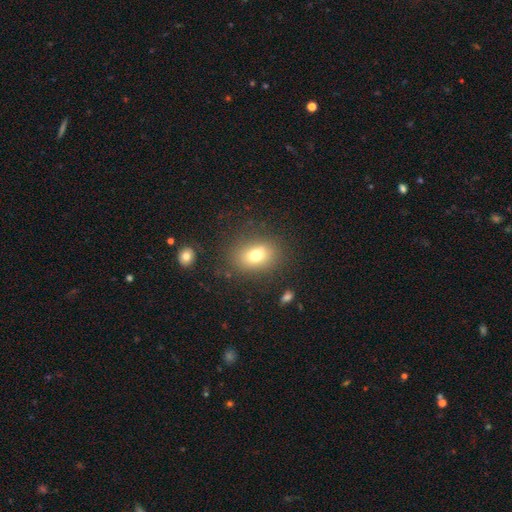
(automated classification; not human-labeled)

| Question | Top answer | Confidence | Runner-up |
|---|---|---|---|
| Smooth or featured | smooth | 74% | featured or disk (14%) |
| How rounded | in between | 62% | round (37%) |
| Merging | none | 80% | minor disturbance (12%) |